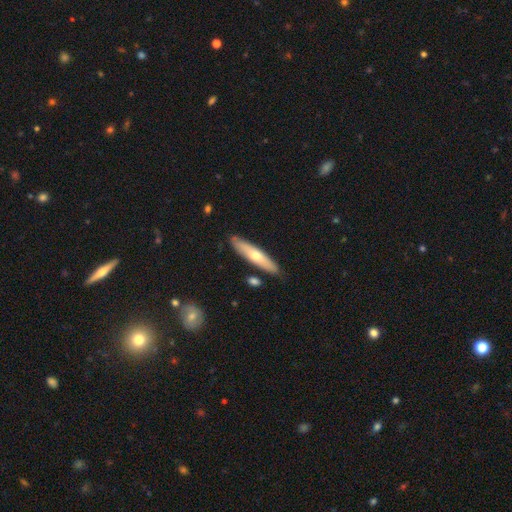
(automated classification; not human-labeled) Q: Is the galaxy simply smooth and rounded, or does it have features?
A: smooth — 56%.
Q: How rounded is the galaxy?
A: cigar-shaped — 82%.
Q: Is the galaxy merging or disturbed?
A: none — 85%.